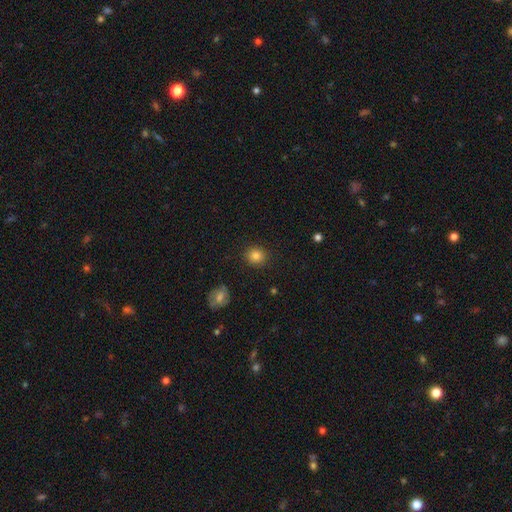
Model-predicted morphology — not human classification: type=smooth (84%); roundness=round (85%); merging=none (90%).